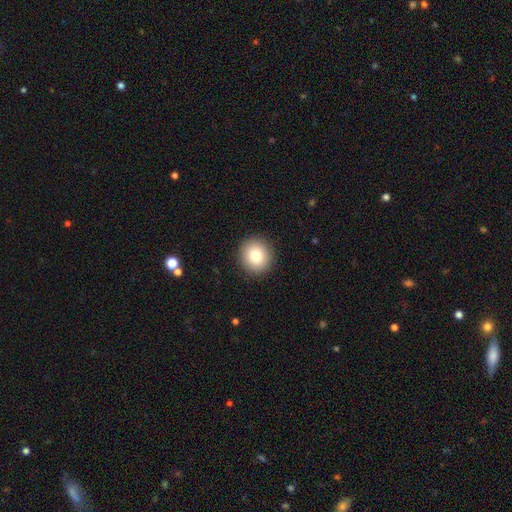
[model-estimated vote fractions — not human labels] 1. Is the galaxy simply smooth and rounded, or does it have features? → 82% smooth, 9% star or artifact, 9% featured or disk.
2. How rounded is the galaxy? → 90% round, 9% in between, 1% cigar-shaped.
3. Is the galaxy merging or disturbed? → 92% none, 5% minor disturbance, 2% major disturbance, 1% merger.